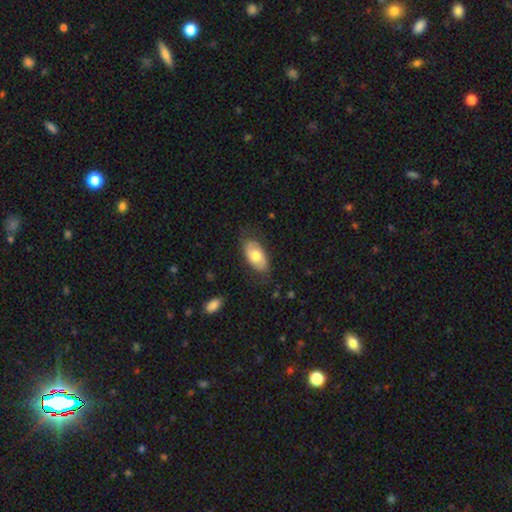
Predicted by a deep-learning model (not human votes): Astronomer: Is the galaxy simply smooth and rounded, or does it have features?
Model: smooth — 57% (runner-up: featured or disk, 37%).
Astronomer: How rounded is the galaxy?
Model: in between — 93%.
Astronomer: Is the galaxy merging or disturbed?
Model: none — 72%.